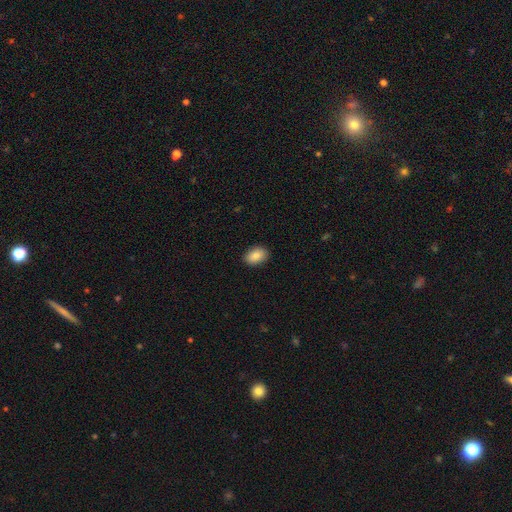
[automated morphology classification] Smooth or featured: smooth — 87% (star or artifact — 7%)
How rounded: in between — 83% (round — 15%)
Merging: none — 90% (minor disturbance — 7%)